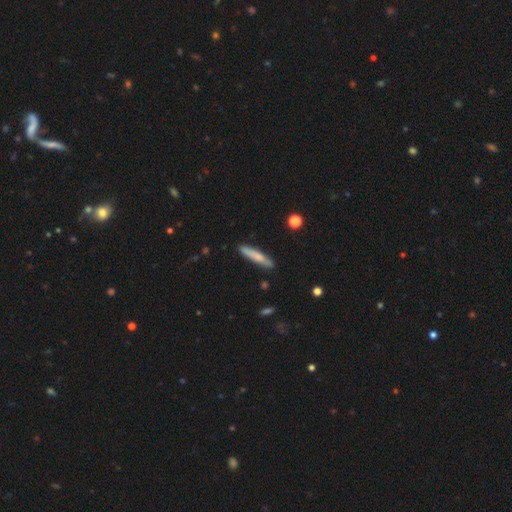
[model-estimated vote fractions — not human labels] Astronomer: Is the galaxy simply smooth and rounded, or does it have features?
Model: smooth — 68%.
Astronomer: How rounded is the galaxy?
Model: cigar-shaped — 91%.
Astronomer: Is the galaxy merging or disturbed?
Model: none — 85%.